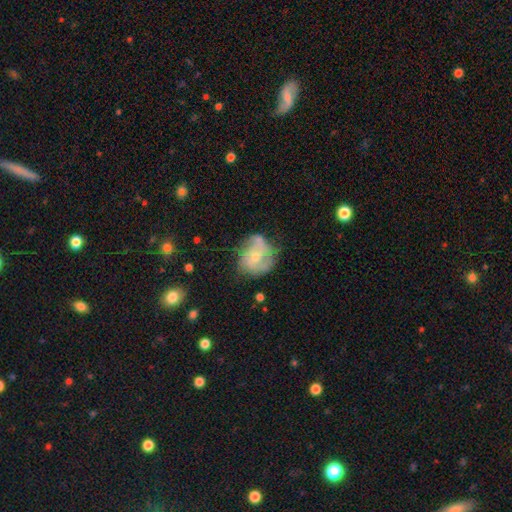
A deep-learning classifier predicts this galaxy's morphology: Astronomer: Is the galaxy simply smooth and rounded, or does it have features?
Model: featured or disk — 66%.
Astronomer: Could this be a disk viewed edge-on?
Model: no — 98%.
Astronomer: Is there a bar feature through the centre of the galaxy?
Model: no — 71%.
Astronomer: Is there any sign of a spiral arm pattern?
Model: yes — 81%.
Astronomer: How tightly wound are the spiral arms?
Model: medium — 44% (runner-up: tight, 36%).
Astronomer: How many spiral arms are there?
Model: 2 — 30% (runner-up: 3, 29%).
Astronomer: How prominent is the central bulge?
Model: small — 59% (runner-up: moderate, 37%).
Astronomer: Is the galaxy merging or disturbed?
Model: none — 55%.